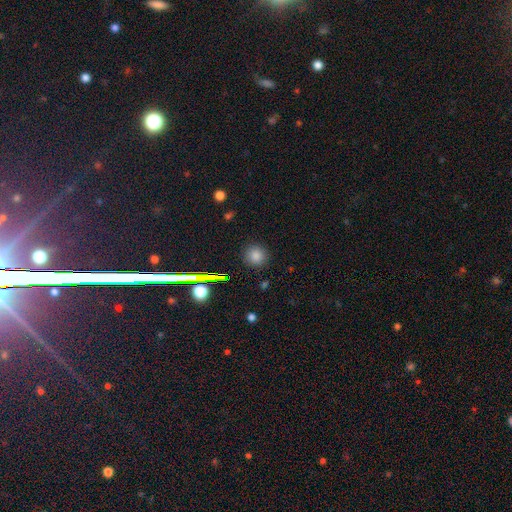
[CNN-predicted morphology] smooth_or_featured: smooth (p=0.79) [alt: star or artifact p=0.15]
how_rounded: round (p=0.92) [alt: in between p=0.07]
merging: none (p=0.89) [alt: minor disturbance p=0.07]